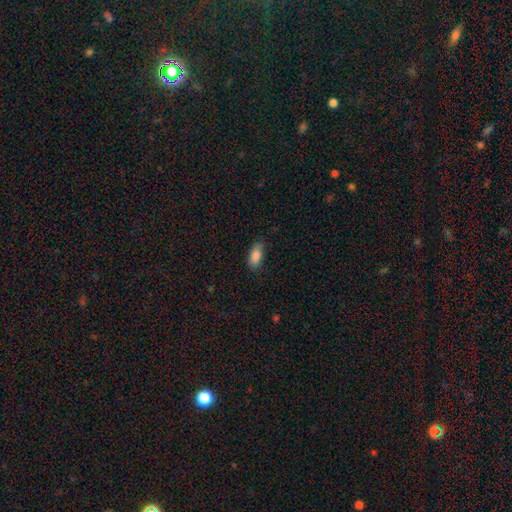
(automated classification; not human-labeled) smooth 87%, star or artifact 7%, featured or disk 6%. Down the decision tree: how rounded — in between (88%); merging — none (79%).